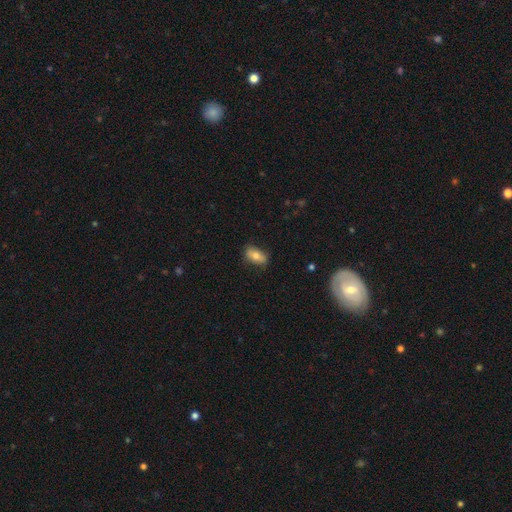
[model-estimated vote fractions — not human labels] The model was most divided on "smooth or featured": smooth: 73%, featured or disk: 19%, star or artifact: 8%. More confident: how rounded — in between (89%); merging — none (78%).